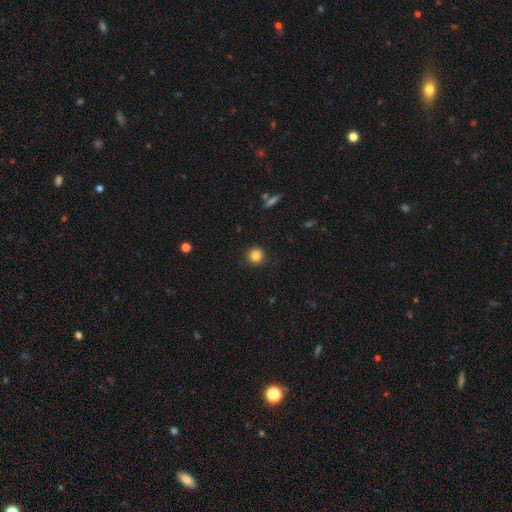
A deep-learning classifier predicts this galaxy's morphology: smooth 85%, star or artifact 11%, featured or disk 5%. Down the decision tree: how rounded — round (93%); merging — none (90%).